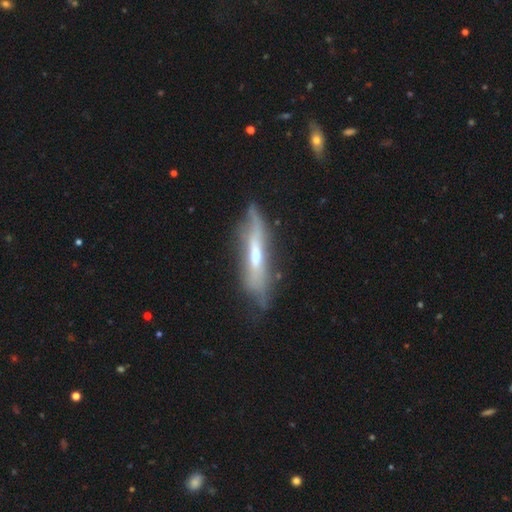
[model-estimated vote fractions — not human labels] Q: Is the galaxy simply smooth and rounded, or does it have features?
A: featured or disk — 64%.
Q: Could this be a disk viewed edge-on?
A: yes — 67%.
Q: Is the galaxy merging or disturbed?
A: none — 51%.